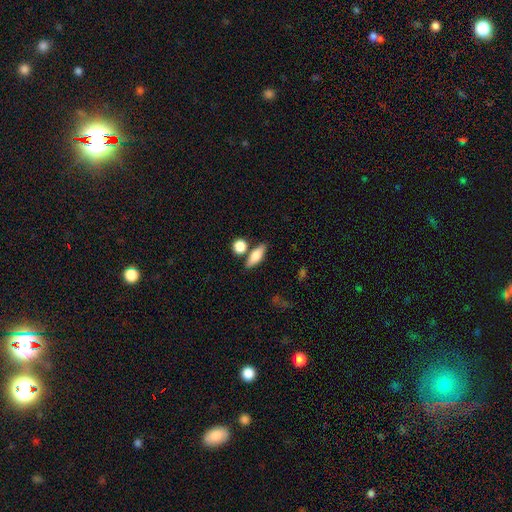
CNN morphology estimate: This is likely a smooth galaxy (73%). How rounded: possibly in between (59%). Merging: likely none (72%).